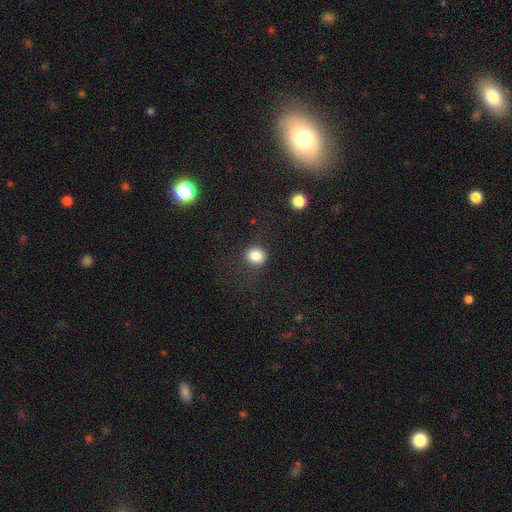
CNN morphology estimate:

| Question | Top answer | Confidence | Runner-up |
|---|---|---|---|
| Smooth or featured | smooth | 83% | star or artifact (11%) |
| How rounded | round | 74% | in between (25%) |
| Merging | none | 82% | minor disturbance (11%) |